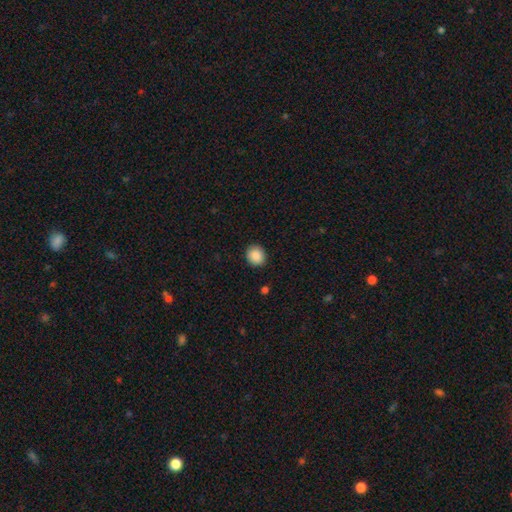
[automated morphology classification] smooth_or_featured: smooth (p=0.89) [alt: star or artifact p=0.08]
how_rounded: round (p=0.76) [alt: in between p=0.23]
merging: none (p=0.90) [alt: minor disturbance p=0.07]